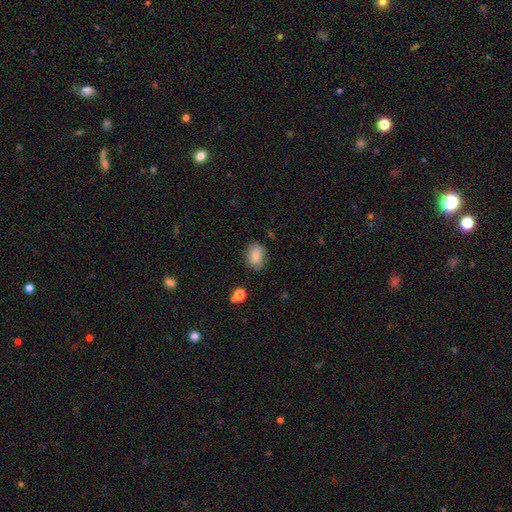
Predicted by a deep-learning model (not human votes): smooth-or-featured: smooth: 81% | featured or disk: 10% | star or artifact: 9%
  how-rounded: in between: 74% | round: 25% | cigar-shaped: 2%
  merging: none: 76% | minor disturbance: 18% | major disturbance: 4% | merger: 2%